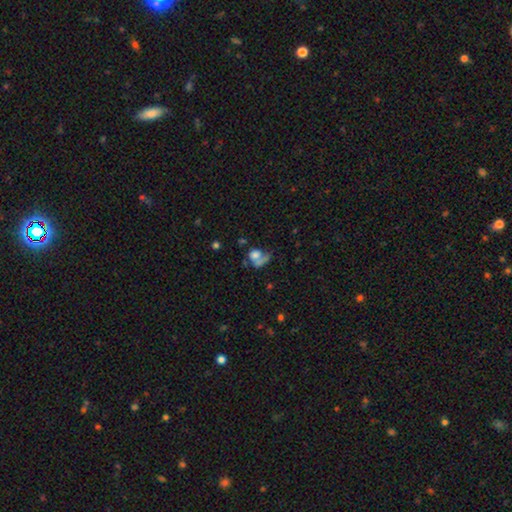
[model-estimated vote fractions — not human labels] Q: Smooth or featured?
A: smooth (56%); runner-up: featured or disk (30%)
Q: How rounded?
A: round (56%); runner-up: in between (42%)
Q: Merging?
A: none (31%); runner-up: merger (29%)